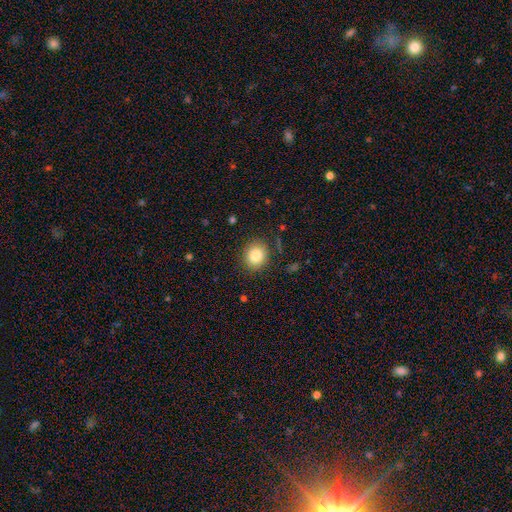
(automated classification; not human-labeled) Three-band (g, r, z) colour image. It shows a smooth galaxy with no disk features (83%) that is round (68%). Merging: none (86%).